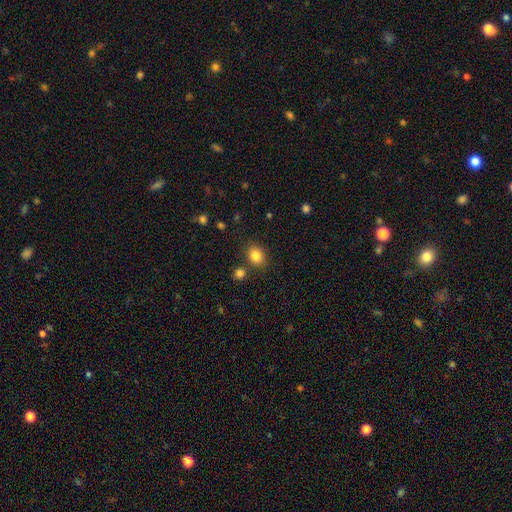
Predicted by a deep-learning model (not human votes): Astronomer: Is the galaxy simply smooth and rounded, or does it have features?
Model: smooth — 84%.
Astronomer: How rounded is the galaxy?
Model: round — 59% (runner-up: in between, 40%).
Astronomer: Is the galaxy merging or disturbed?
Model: none — 79%.